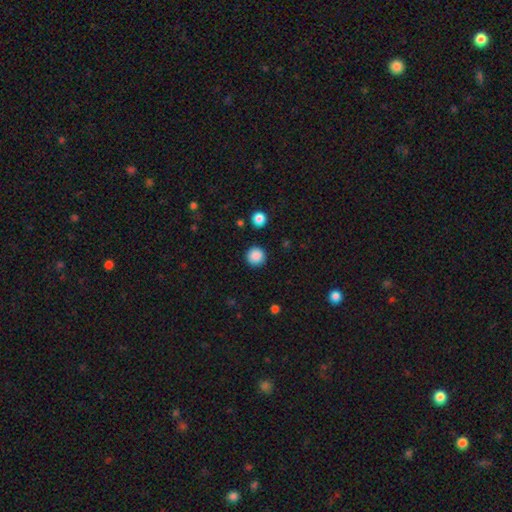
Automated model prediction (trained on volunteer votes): Smooth or featured: smooth — 88% (star or artifact — 9%)
How rounded: round — 95% (in between — 4%)
Merging: none — 92% (minor disturbance — 5%)